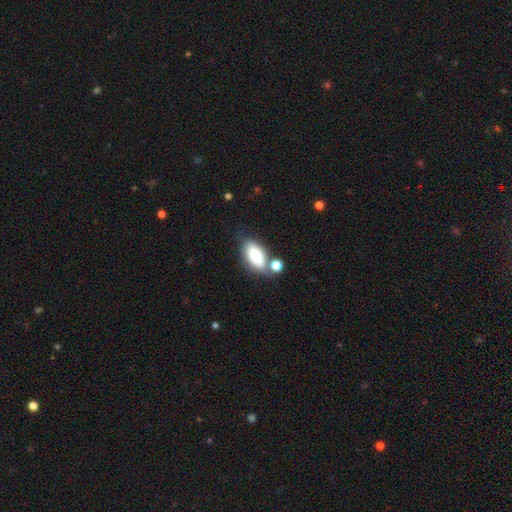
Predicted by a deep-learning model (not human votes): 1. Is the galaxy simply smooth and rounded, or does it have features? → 73% smooth, 20% featured or disk, 8% star or artifact.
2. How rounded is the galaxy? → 89% in between, 6% round, 6% cigar-shaped.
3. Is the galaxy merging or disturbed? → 58% none, 21% merger, 16% minor disturbance, 5% major disturbance.